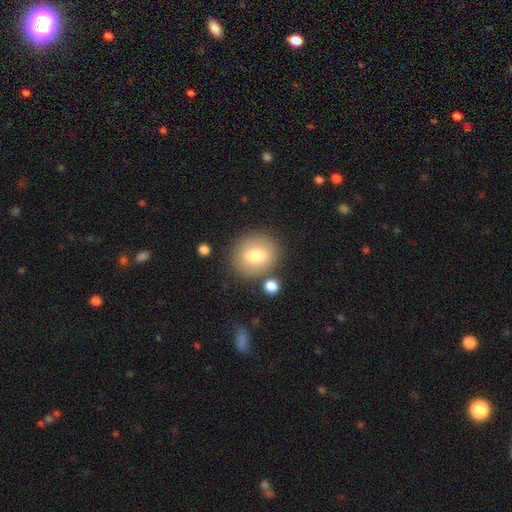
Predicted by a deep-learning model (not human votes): This appears to be a smooth galaxy with no disk features (73%) that is round (73%). Merging: none (82%).